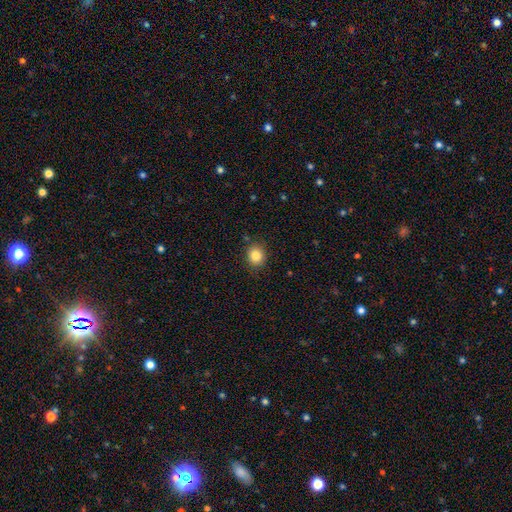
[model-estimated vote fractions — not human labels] A smooth galaxy with no disk features (84%) that is round (73%).

Vote fractions:
- Smooth or featured? smooth: 84% / star or artifact: 10% / featured or disk: 6%
- How rounded? round: 73% / in between: 26% / cigar-shaped: 1%
- Merging? none: 86% / minor disturbance: 10% / major disturbance: 2% / merger: 2%